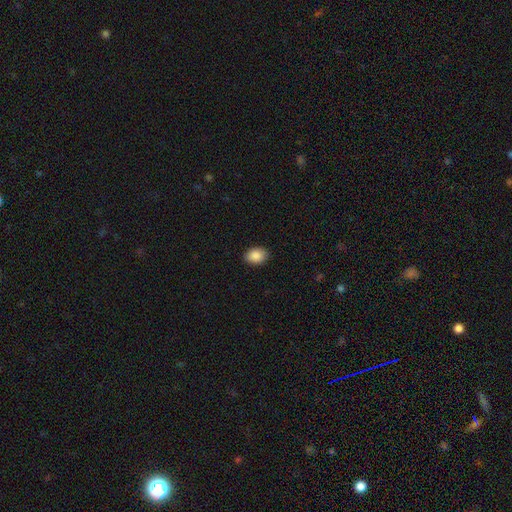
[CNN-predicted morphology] Q: Smooth or featured?
A: smooth (89%); runner-up: star or artifact (7%)
Q: How rounded?
A: in between (78%); runner-up: round (21%)
Q: Merging?
A: none (89%); runner-up: minor disturbance (8%)